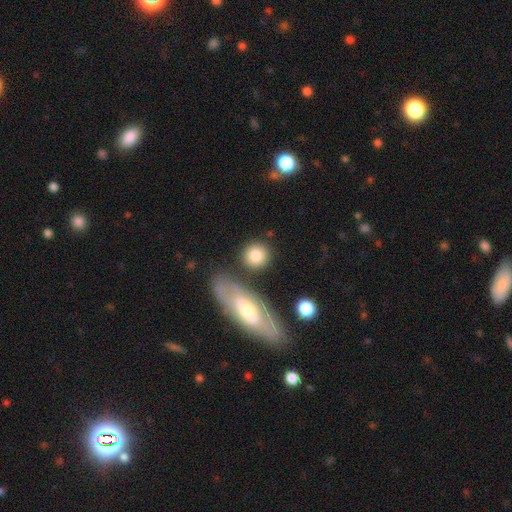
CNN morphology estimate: Smooth or featured?
  - smooth: 82% *
  - featured or disk: 11%
  - star or artifact: 7%
How rounded?
  - round: 83% *
  - in between: 15%
  - cigar-shaped: 2%
Merging?
  - none: 75% *
  - minor disturbance: 11%
  - merger: 11%
  - major disturbance: 4%